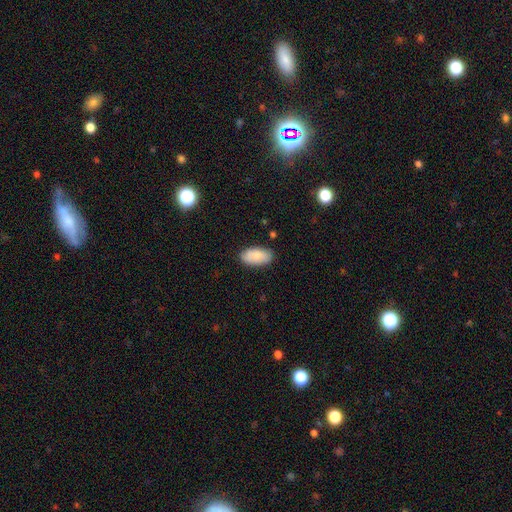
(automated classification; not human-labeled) A smooth galaxy with no disk features (82%) that is in between round and cigar-shaped (94%). Merging: none (83%).